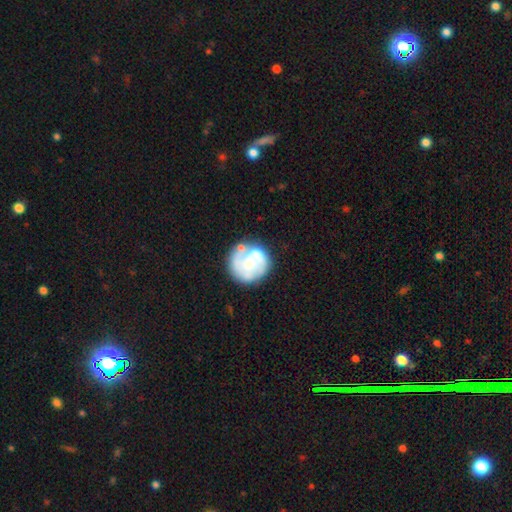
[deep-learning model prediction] Smooth or featured?
  - featured or disk: 54% *
  - smooth: 39%
  - star or artifact: 7%
Edge-on disk?
  - no: 98% *
  - yes: 2%
Bar?
  - no: 77% *
  - weak: 18%
  - strong: 5%
Spiral arms?
  - no: 66% *
  - yes: 34%
Bulge size?
  - moderate: 45% *
  - small: 31%
  - none: 15%
  - large: 8%
  - dominant: 2%
Merging?
  - none: 59% *
  - minor disturbance: 18%
  - merger: 12%
  - major disturbance: 11%